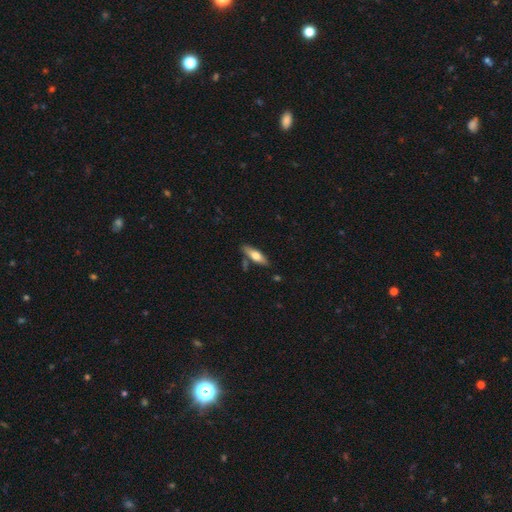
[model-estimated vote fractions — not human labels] Smooth or featured? Predicted: smooth (p=0.61). How rounded? Predicted: cigar-shaped (p=0.55). Merging? Predicted: none (p=0.78).